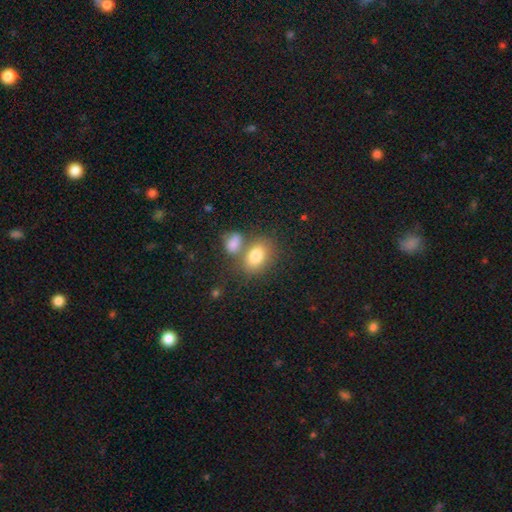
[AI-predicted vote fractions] smooth-or-featured: smooth: 80% | featured or disk: 11% | star or artifact: 9%
  how-rounded: in between: 81% | round: 18% | cigar-shaped: 2%
  merging: none: 49% | merger: 34% | minor disturbance: 12% | major disturbance: 5%